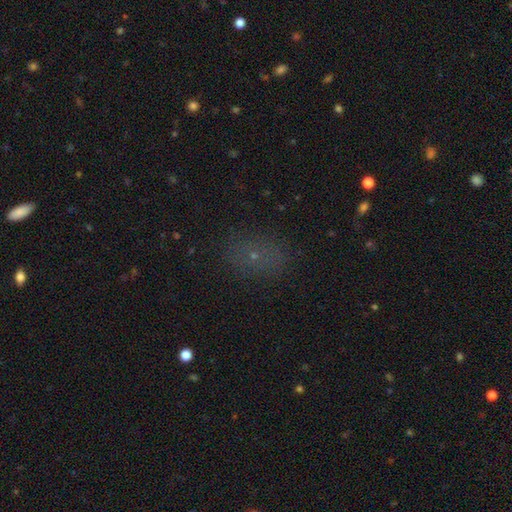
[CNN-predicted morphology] Smooth or featured: smooth — 56% (star or artifact — 31%)
How rounded: in between — 66% (round — 32%)
Merging: none — 82% (minor disturbance — 12%)